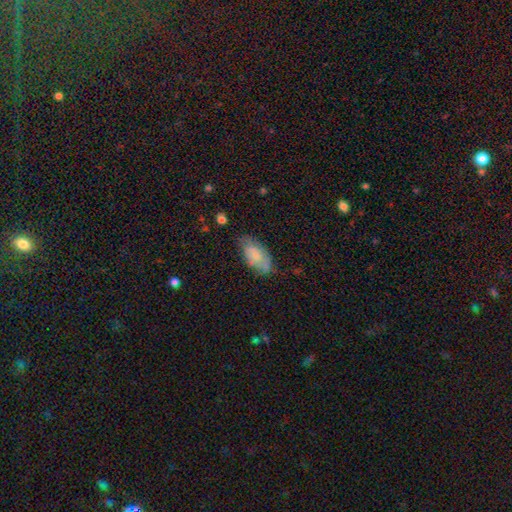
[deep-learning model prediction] Overall: smooth (68%). How rounded: in between (91%). Merging: none (63%; minor disturbance 27%).